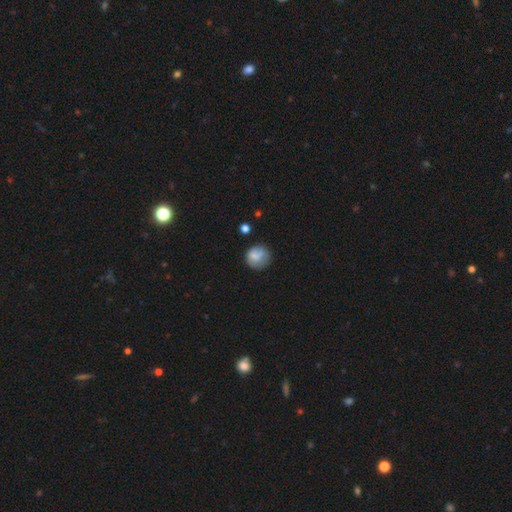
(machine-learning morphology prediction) type=smooth (68%); roundness=round (83%); merging=none (58%).